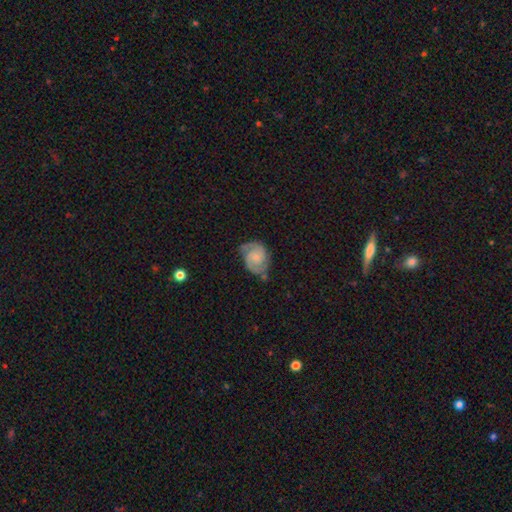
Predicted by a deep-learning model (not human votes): A featured or disk galaxy (82%) with no bar (61%), 2 (89%) medium (49%) spiral arms (97%) and a small central bulge (49%). Merging: none (67%).